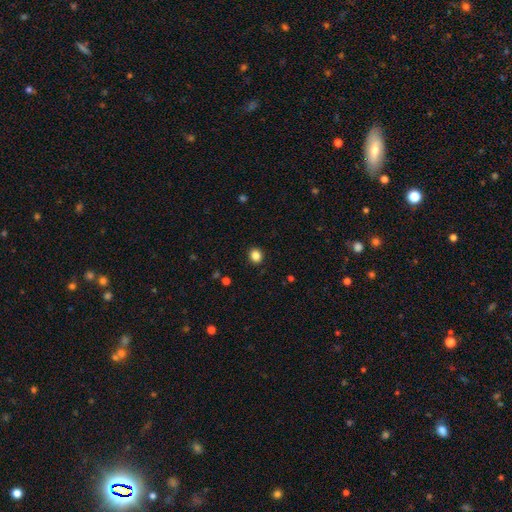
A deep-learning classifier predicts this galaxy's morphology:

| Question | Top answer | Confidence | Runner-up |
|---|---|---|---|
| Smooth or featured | smooth | 85% | star or artifact (11%) |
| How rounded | round | 79% | in between (21%) |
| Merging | none | 91% | minor disturbance (6%) |